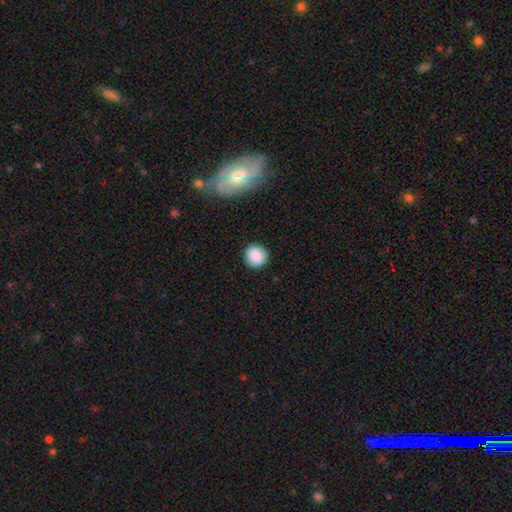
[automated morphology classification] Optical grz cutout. It shows a smooth galaxy with no disk features (88%) that is round (92%). Merging: none (89%).